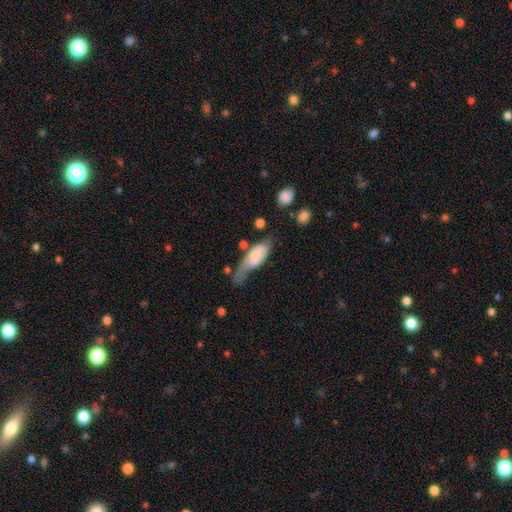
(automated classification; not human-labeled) Smooth or featured? smooth (63%)
How rounded? in between (77%)
Merging? major disturbance (38%)